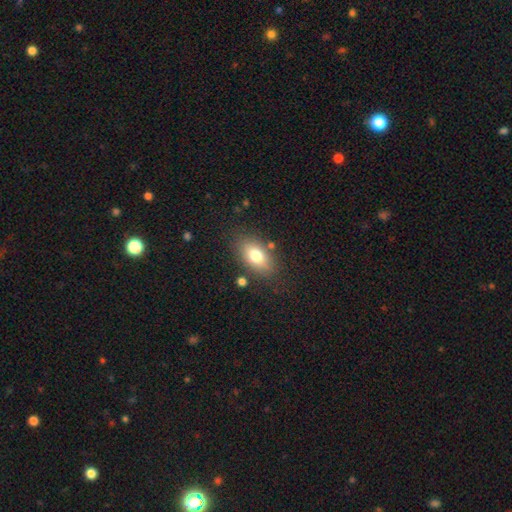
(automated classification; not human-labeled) Morphology: type=smooth (76%); roundness=in between (87%); merging=none (80%).